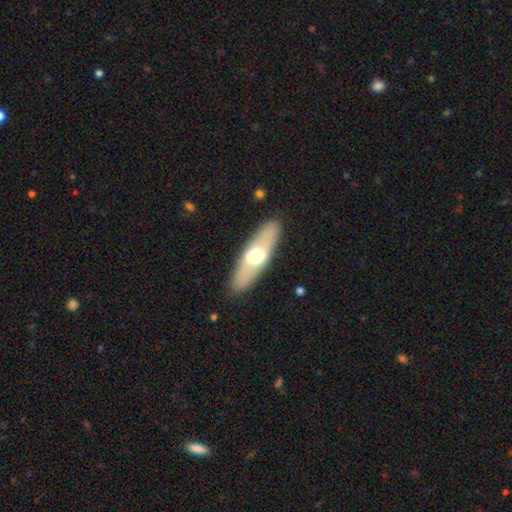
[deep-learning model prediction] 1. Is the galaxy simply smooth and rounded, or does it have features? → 53% smooth, 41% featured or disk, 6% star or artifact.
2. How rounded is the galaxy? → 51% in between, 46% cigar-shaped, 3% round.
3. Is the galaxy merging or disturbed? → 88% none, 8% minor disturbance, 3% major disturbance, 1% merger.